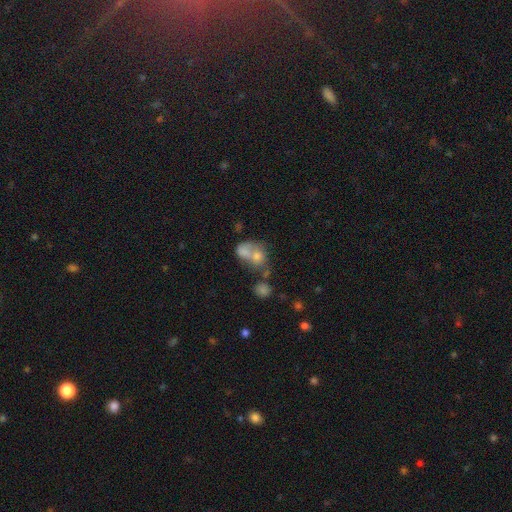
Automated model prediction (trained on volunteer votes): Morphology: type=smooth (65%); roundness=in between (50%); merging=merger (62%).